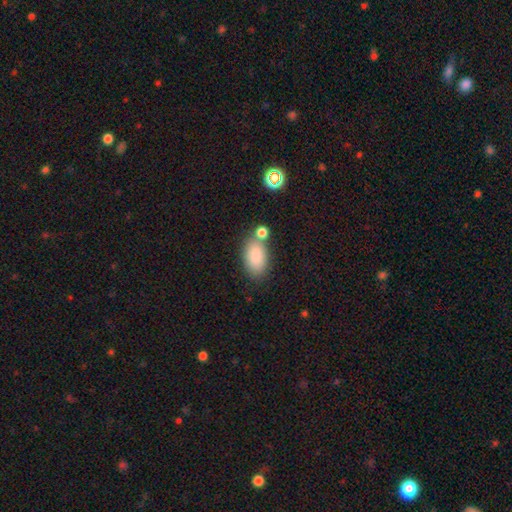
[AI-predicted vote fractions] This is clearly a smooth galaxy (86%). How rounded: clearly in between (93%). Merging: possibly none (59%).